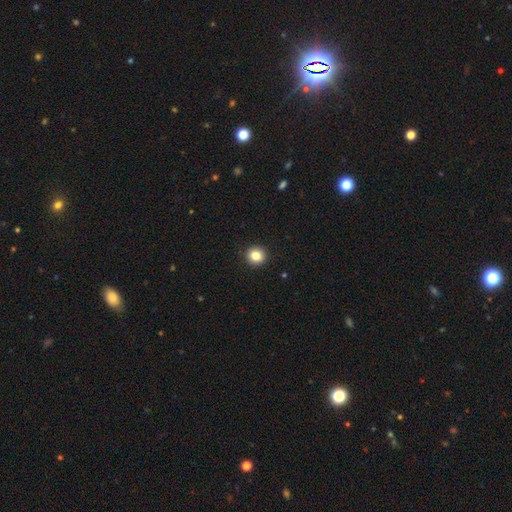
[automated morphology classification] Smooth or featured? Predicted: smooth (p=0.84). How rounded? Predicted: round (p=0.92). Merging? Predicted: none (p=0.93).